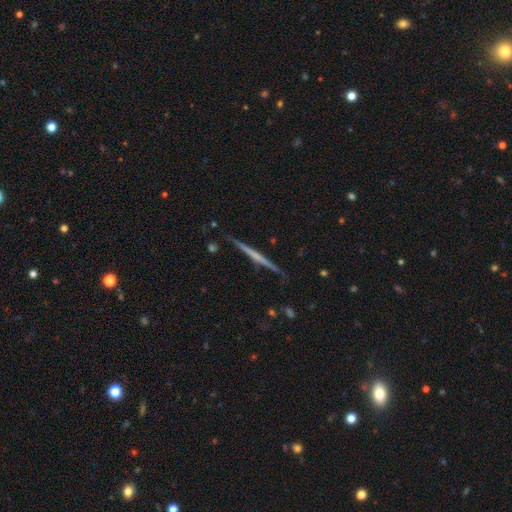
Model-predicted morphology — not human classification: The model was most divided on "edge-on bulge": none: 65%, rounded: 25%, boxy: 10%. More confident: edge-on disk — yes (98%); merging — none (88%); smooth or featured — featured or disk (70%).